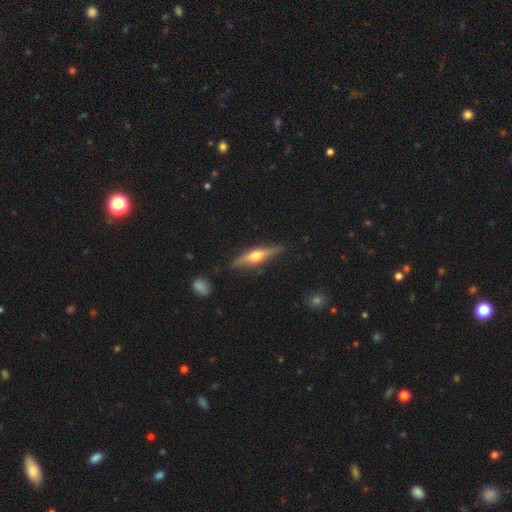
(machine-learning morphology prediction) Q: Smooth or featured?
A: featured or disk (69%); runner-up: smooth (25%)
Q: Edge-on disk?
A: yes (97%); runner-up: no (3%)
Q: Edge-on bulge?
A: rounded (91%); runner-up: boxy (6%)
Q: Merging?
A: none (86%); runner-up: minor disturbance (10%)